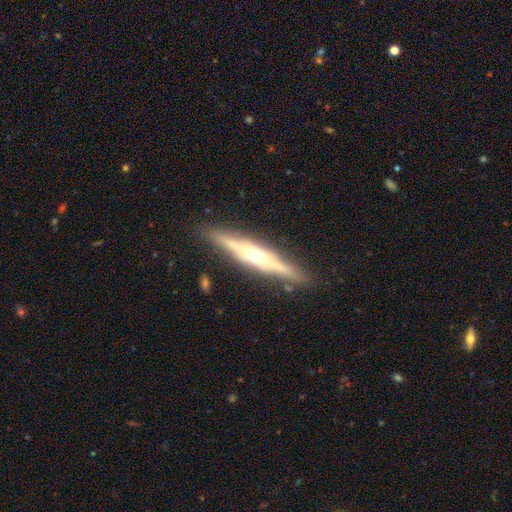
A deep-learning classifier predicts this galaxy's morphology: smooth_or_featured: featured or disk (p=0.74) [alt: smooth p=0.20]
disk_edge_on: yes (p=0.95) [alt: no p=0.05]
edge_on_bulge: rounded (p=0.83) [alt: boxy p=0.09]
merging: none (p=0.86) [alt: minor disturbance p=0.10]